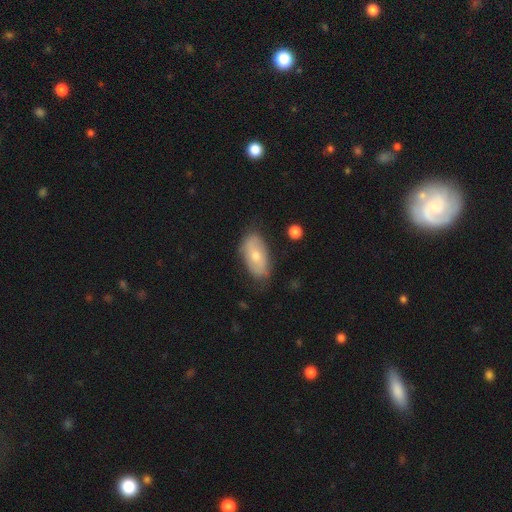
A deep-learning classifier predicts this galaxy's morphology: Smooth or featured? Predicted: smooth (p=0.58). How rounded? Predicted: in between (p=0.93). Merging? Predicted: none (p=0.70).